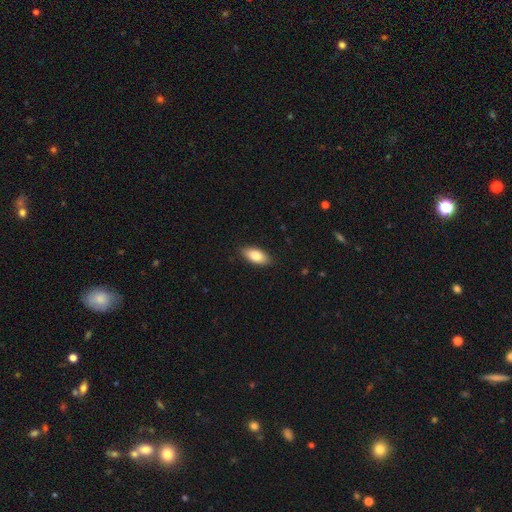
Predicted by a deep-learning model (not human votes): smooth_or_featured: smooth (p=0.82) [alt: featured or disk p=0.12]
how_rounded: in between (p=0.88) [alt: cigar-shaped p=0.10]
merging: none (p=0.89) [alt: minor disturbance p=0.09]